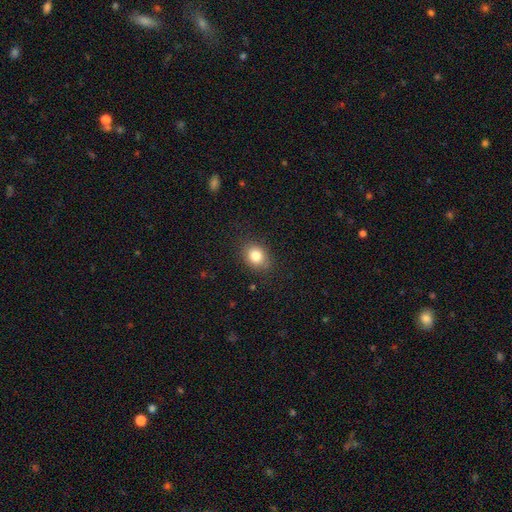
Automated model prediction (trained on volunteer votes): smooth-or-featured: smooth: 82% | star or artifact: 10% | featured or disk: 8%
  how-rounded: in between: 54% | round: 45% | cigar-shaped: 1%
  merging: none: 84% | minor disturbance: 12% | major disturbance: 3% | merger: 1%